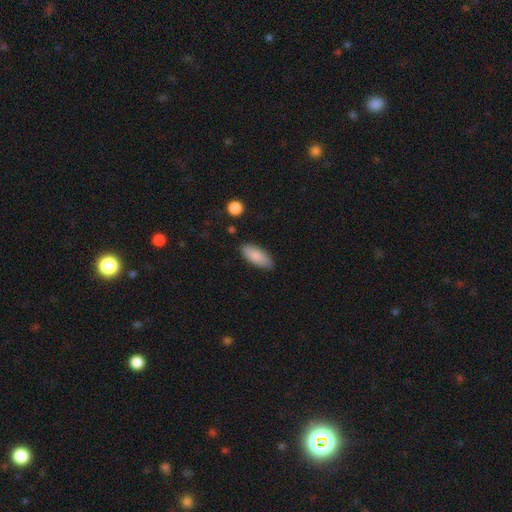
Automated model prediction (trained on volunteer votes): Smooth or featured? smooth (85%)
How rounded? in between (81%)
Merging? none (84%)